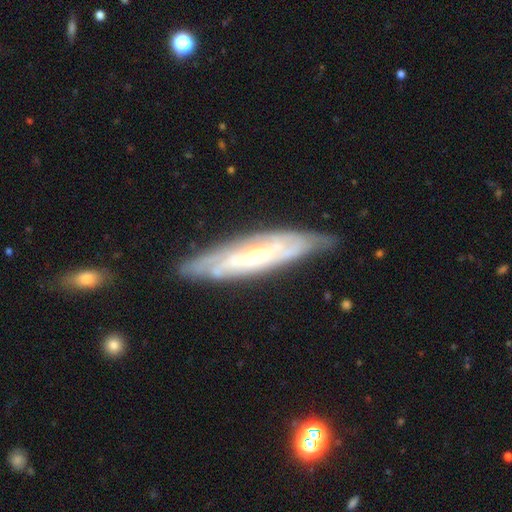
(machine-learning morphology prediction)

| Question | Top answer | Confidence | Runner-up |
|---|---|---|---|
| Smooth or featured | featured or disk | 77% | smooth (17%) |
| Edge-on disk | no | 63% | yes (37%) |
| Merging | none | 78% | minor disturbance (17%) |